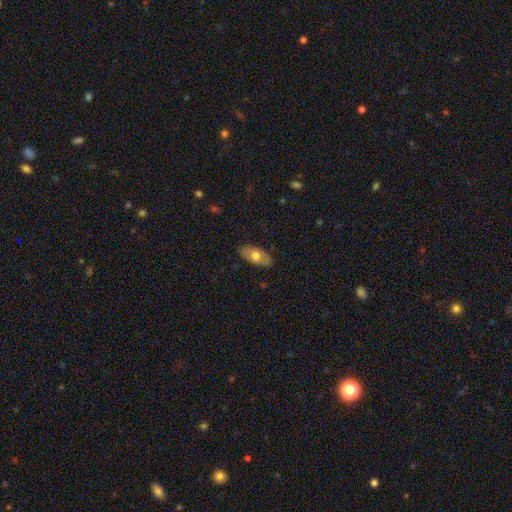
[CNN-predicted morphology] smooth 64%, featured or disk 29%, star or artifact 6%. Down the decision tree: how rounded — in between (88%); merging — none (84%).